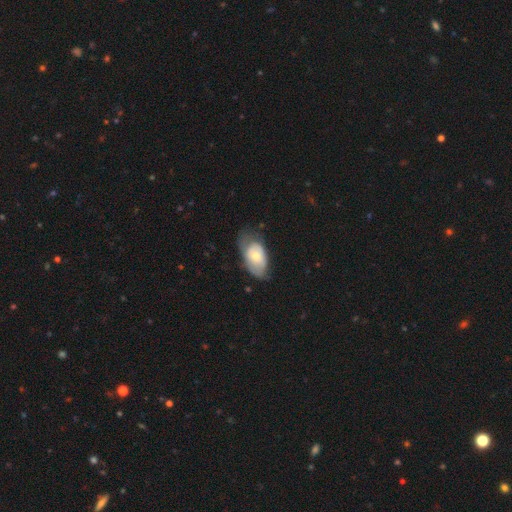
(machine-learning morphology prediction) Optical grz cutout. It shows a smooth galaxy with no disk features (53%) that is in between round and cigar-shaped (90%). Merging: none (45%).